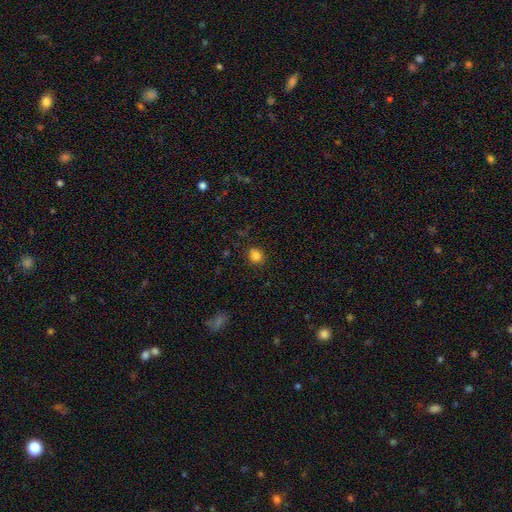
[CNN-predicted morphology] This is clearly a smooth galaxy (82%). How rounded: clearly round (81%). Merging: clearly none (83%).